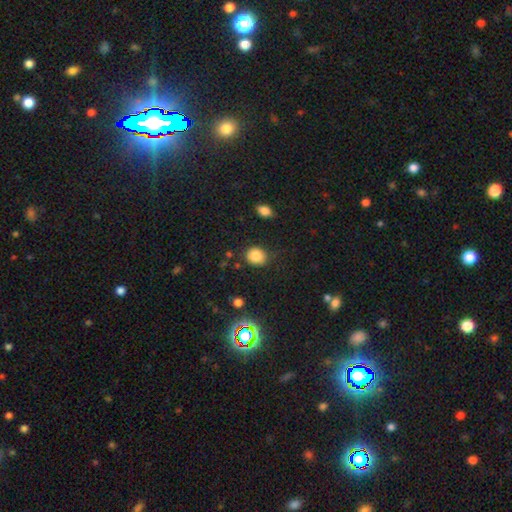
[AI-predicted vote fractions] A smooth galaxy with no disk features (82%) that is round (72%). Merging: none (81%).